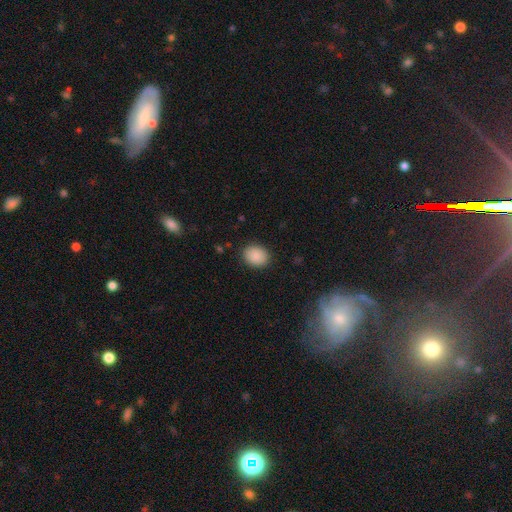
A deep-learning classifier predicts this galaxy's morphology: The model was most divided on "how rounded": in between: 50%, round: 49%, cigar-shaped: 1%. More confident: smooth or featured — smooth (89%); merging — none (89%).